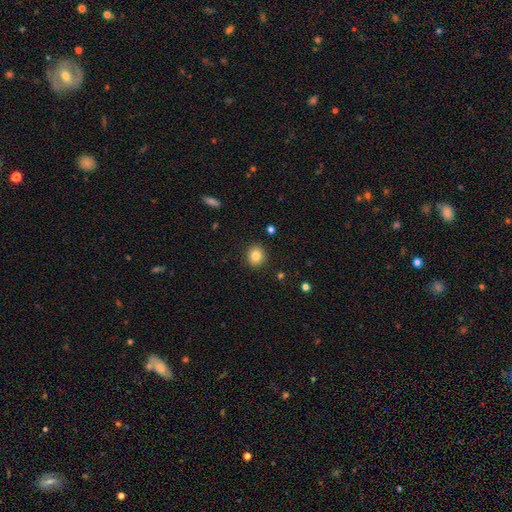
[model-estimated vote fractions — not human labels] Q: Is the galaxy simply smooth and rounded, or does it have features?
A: smooth — 83%.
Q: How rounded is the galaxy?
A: round — 82%.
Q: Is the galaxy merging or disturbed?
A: none — 90%.